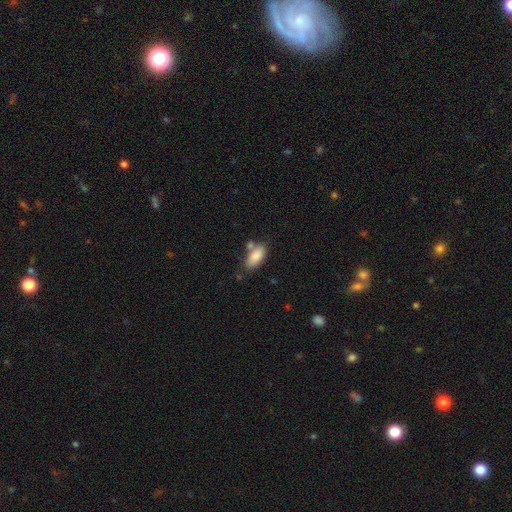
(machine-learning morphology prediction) This is clearly a smooth galaxy (86%). How rounded: clearly in between (89%). Merging: likely none (61%).